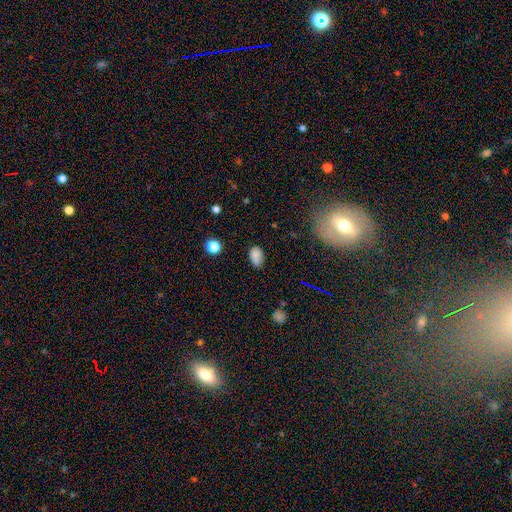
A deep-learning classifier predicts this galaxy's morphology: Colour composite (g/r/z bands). It shows a smooth galaxy with no disk features (78%) that is in between round and cigar-shaped (88%). Merging: none (63%).